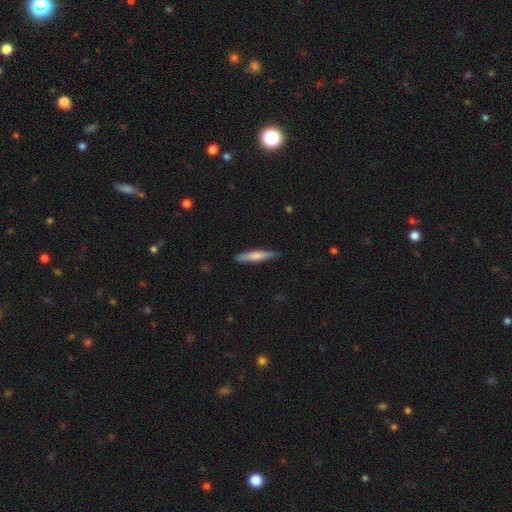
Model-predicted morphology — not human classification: Smooth or featured? Predicted: smooth (p=0.66). How rounded? Predicted: cigar-shaped (p=0.91). Merging? Predicted: none (p=0.85).